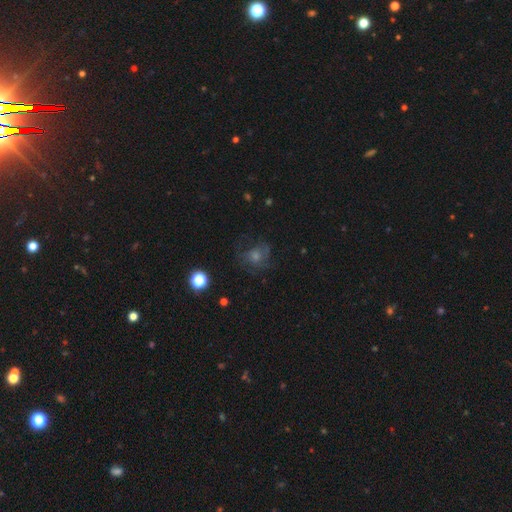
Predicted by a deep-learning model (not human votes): Smooth or featured? featured or disk (39%)
Merging? none (66%)